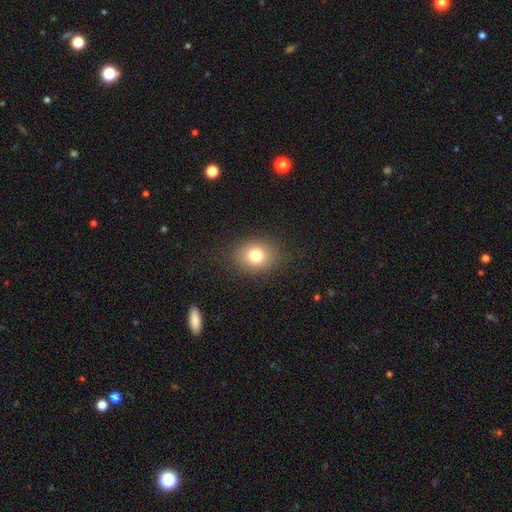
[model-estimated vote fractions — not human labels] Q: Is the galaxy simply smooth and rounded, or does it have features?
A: smooth — 78%.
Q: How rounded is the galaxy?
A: round — 58%.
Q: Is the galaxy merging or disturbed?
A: none — 86%.